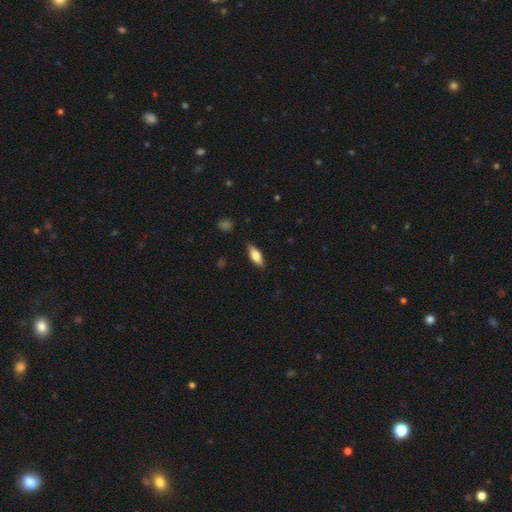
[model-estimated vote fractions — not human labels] Smooth or featured?
  - smooth: 70% *
  - featured or disk: 23%
  - star or artifact: 6%
How rounded?
  - in between: 73% *
  - cigar-shaped: 24%
  - round: 3%
Merging?
  - none: 86% *
  - minor disturbance: 11%
  - major disturbance: 2%
  - merger: 1%